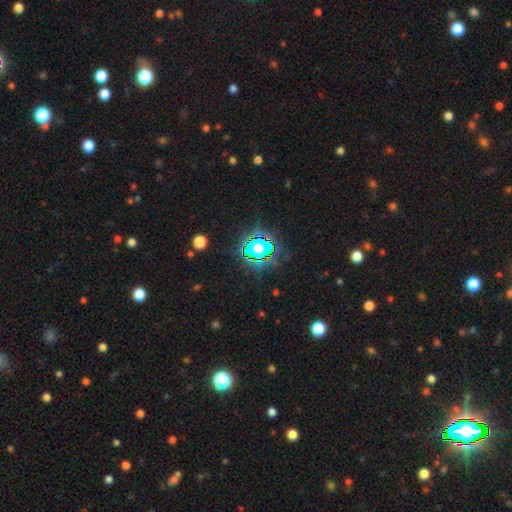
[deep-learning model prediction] star or artifact 81%, smooth 12%, featured or disk 7%.